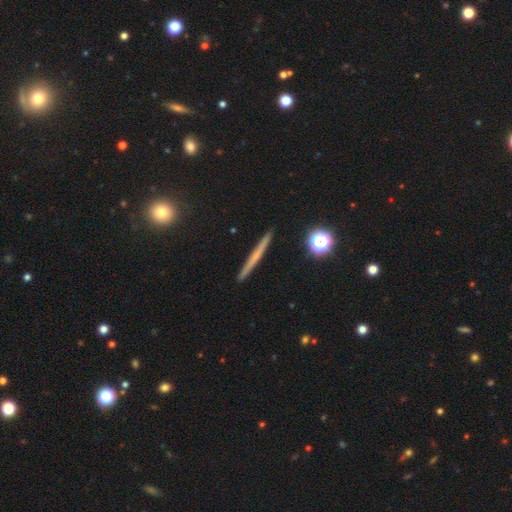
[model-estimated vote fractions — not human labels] The model was most divided on "smooth or featured": featured or disk: 49%, smooth: 42%, star or artifact: 9%. More confident: merging — none (92%).